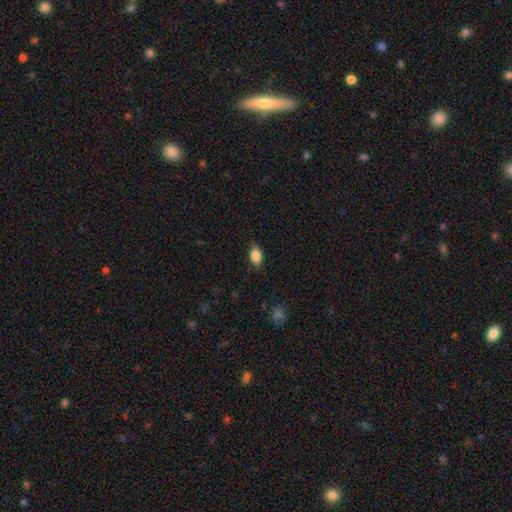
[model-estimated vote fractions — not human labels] smooth 83%, featured or disk 9%, star or artifact 8%. Down the decision tree: how rounded — in between (85%); merging — none (79%).